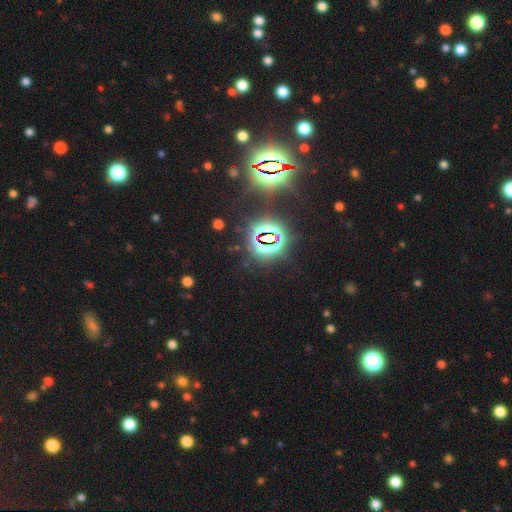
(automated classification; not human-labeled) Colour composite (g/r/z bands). It shows a star or artifact, not a galaxy (81%).